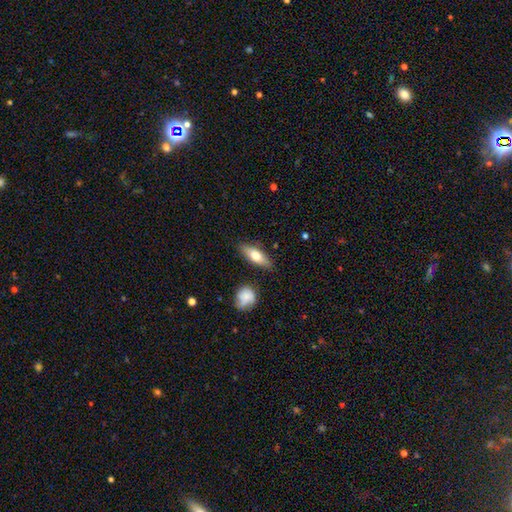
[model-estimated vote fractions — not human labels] Smooth or featured: smooth — 67% (featured or disk — 27%)
How rounded: in between — 62% (cigar-shaped — 35%)
Merging: none — 83% (minor disturbance — 11%)